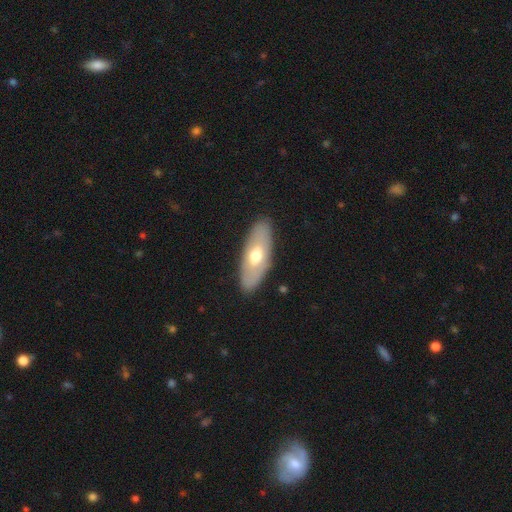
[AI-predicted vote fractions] A smooth galaxy with no disk features (54%) that is in between round and cigar-shaped (76%). Merging: none (87%).